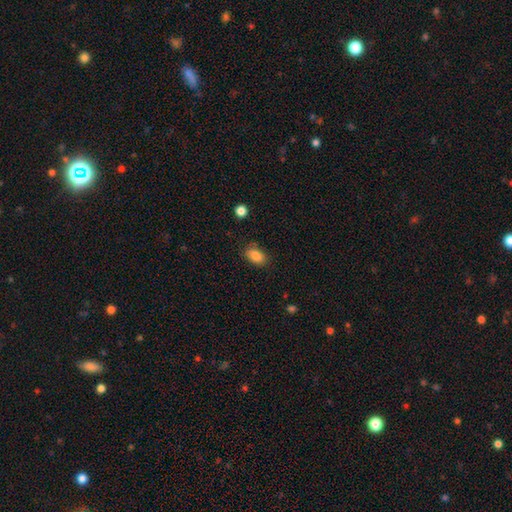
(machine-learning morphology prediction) smooth-or-featured: smooth: 85% | star or artifact: 9% | featured or disk: 6%
  how-rounded: in between: 87% | round: 11% | cigar-shaped: 2%
  merging: none: 81% | minor disturbance: 14% | major disturbance: 3% | merger: 2%